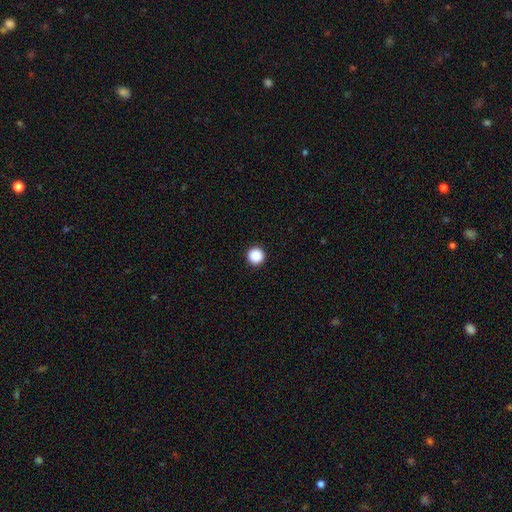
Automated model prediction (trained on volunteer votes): Morphology: type=smooth (89%); roundness=round (97%); merging=none (94%).